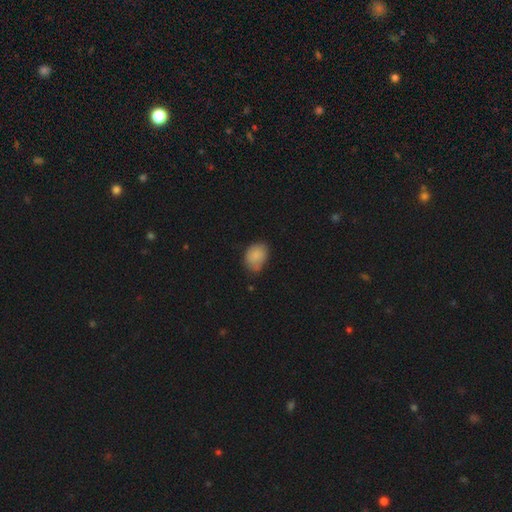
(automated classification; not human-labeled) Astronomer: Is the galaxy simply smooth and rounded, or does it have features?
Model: smooth — 83%.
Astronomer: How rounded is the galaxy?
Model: in between — 70%.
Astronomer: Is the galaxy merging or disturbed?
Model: none — 57% (runner-up: minor disturbance, 33%).